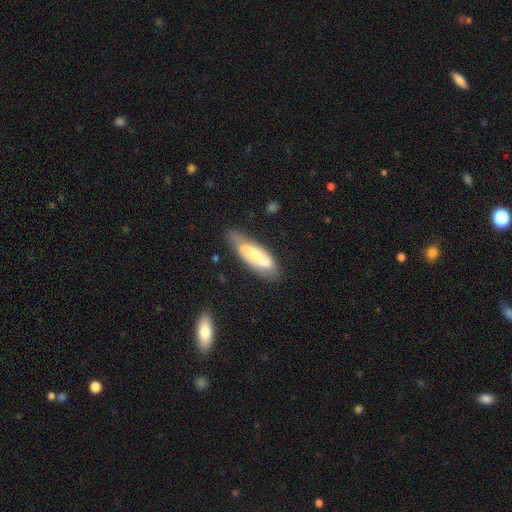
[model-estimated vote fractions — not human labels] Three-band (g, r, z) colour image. It shows a featured or disk galaxy (48%). Merging: none (60%).